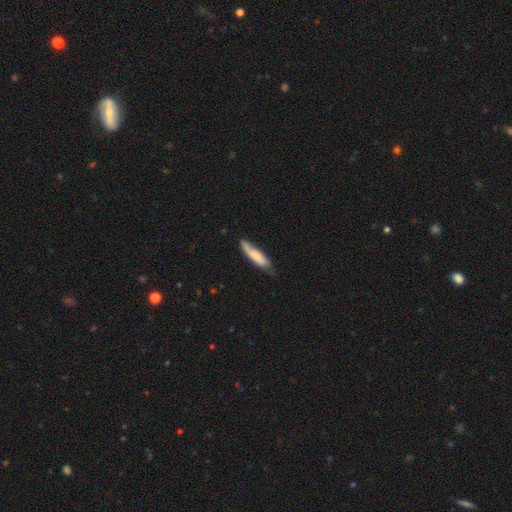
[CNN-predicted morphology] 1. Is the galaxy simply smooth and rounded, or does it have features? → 69% smooth, 25% featured or disk, 6% star or artifact.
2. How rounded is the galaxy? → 77% cigar-shaped, 22% in between, 1% round.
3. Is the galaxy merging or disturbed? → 61% none, 31% minor disturbance, 6% major disturbance, 2% merger.